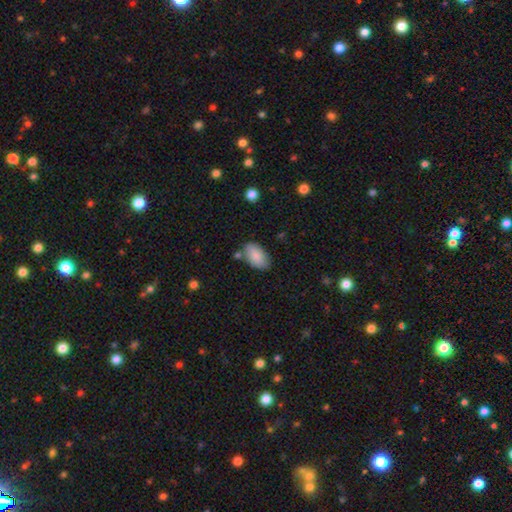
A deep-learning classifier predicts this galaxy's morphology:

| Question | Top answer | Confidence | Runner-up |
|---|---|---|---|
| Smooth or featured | smooth | 86% | featured or disk (8%) |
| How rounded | in between | 95% | round (4%) |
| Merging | none | 74% | minor disturbance (16%) |